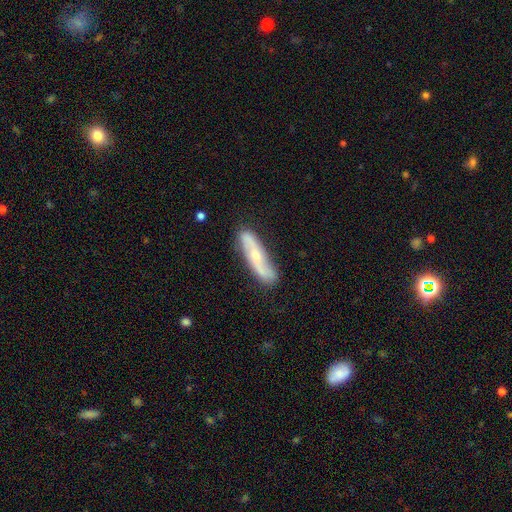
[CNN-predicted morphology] Smooth or featured? Predicted: featured or disk (p=0.71). Edge-on disk? Predicted: no (p=0.71). Bar? Predicted: no (p=0.58). Spiral arms? Predicted: yes (p=0.87). Bulge size? Predicted: small (p=0.57). Merging? Predicted: none (p=0.82).